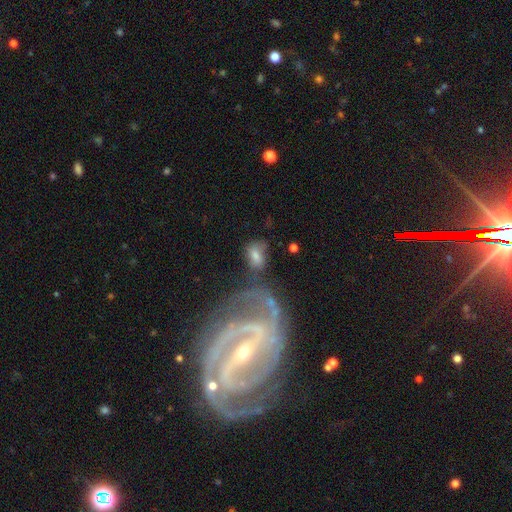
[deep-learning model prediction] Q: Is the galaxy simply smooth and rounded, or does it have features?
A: smooth — 61%.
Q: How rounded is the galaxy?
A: in between — 83%.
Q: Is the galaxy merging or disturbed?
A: none — 39%.